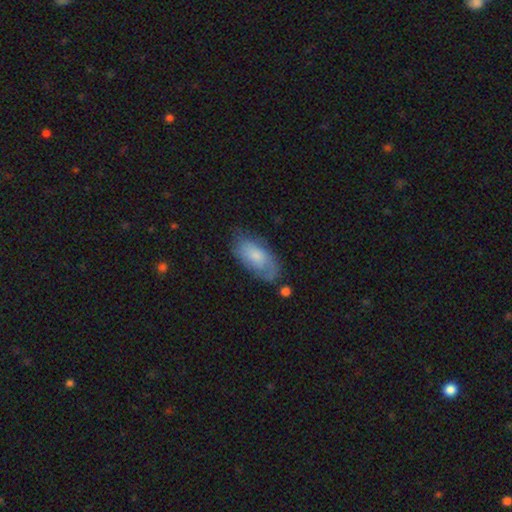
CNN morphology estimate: Smooth or featured? smooth (60%)
How rounded? in between (92%)
Merging? none (60%)